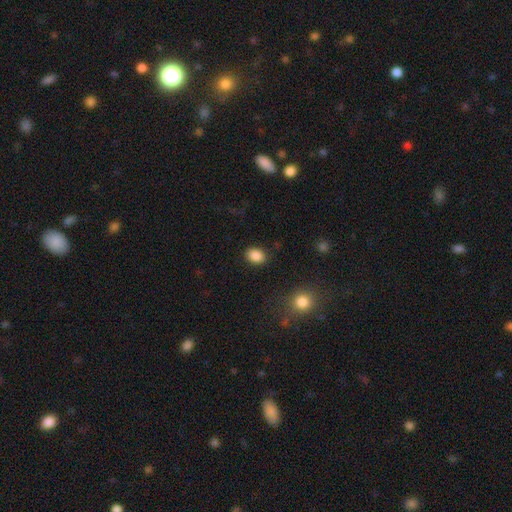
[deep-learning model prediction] Overall: smooth (87%). How rounded: in between (71%). Merging: none (87%).